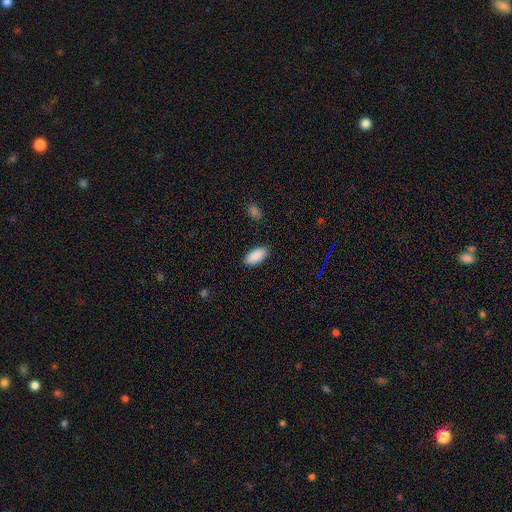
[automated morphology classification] smooth 90%, star or artifact 7%, featured or disk 3%. Down the decision tree: how rounded — in between (93%); merging — none (88%).